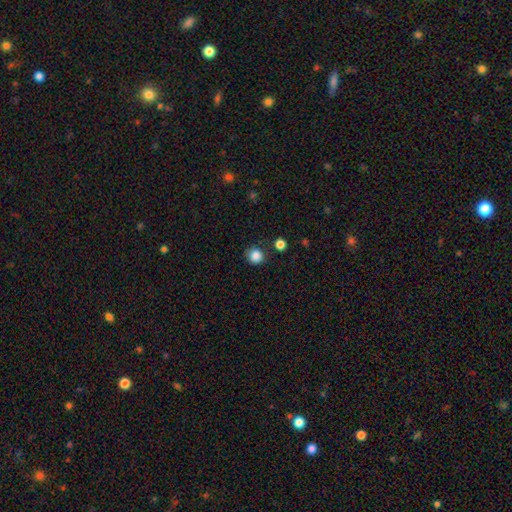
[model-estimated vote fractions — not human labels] A smooth galaxy with no disk features (85%) that is round (86%).

Vote fractions:
- Smooth or featured? smooth: 85% / star or artifact: 11% / featured or disk: 4%
- How rounded? round: 86% / in between: 13% / cigar-shaped: 1%
- Merging? none: 81% / minor disturbance: 12% / merger: 4% / major disturbance: 3%